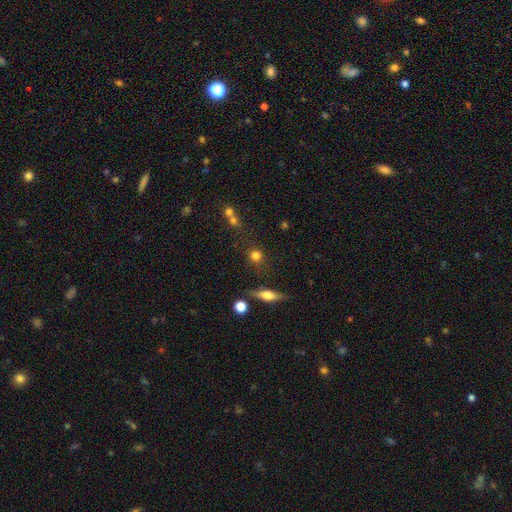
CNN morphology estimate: Smooth or featured? Predicted: smooth (p=0.76). How rounded? Predicted: round (p=0.84). Merging? Predicted: none (p=0.76).